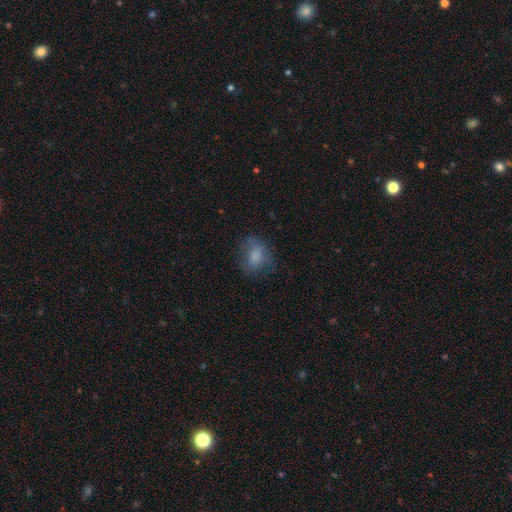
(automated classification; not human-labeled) Smooth or featured?
  - smooth: 74% *
  - featured or disk: 16%
  - star or artifact: 9%
How rounded?
  - in between: 62% *
  - round: 37%
  - cigar-shaped: 2%
Merging?
  - none: 63% *
  - minor disturbance: 22%
  - major disturbance: 14%
  - merger: 1%